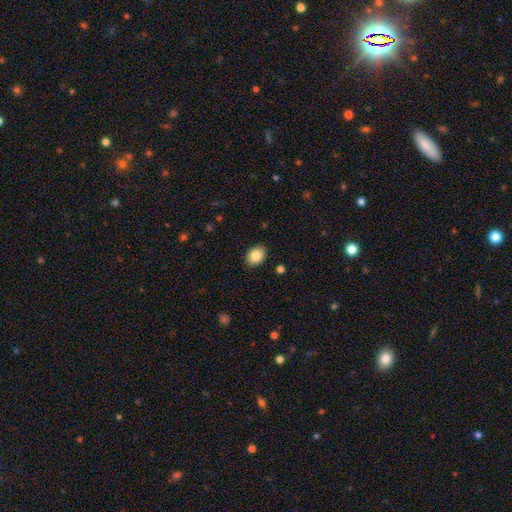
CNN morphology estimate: This appears to be a smooth galaxy with no disk features (84%) that is in between round and cigar-shaped (71%). Merging: none (89%).